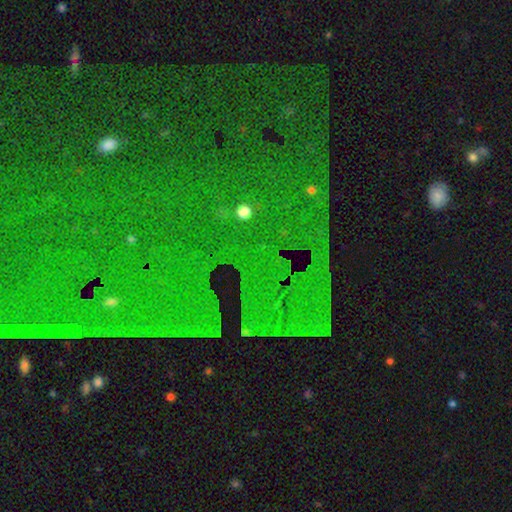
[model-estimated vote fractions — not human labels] This is clearly a star or artifact rather than a galaxy (83%).